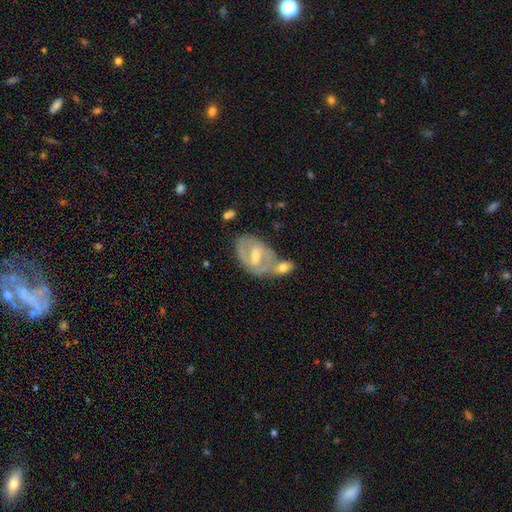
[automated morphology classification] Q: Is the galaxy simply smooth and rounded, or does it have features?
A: featured or disk — 75%.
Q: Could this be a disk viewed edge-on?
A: no — 95%.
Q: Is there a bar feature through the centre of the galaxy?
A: weak — 47%.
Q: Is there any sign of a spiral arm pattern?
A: yes — 73%.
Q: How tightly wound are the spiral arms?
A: medium — 43%.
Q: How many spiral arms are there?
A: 2 — 69%.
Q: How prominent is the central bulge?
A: moderate — 49%.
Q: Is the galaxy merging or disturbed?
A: none — 39%.